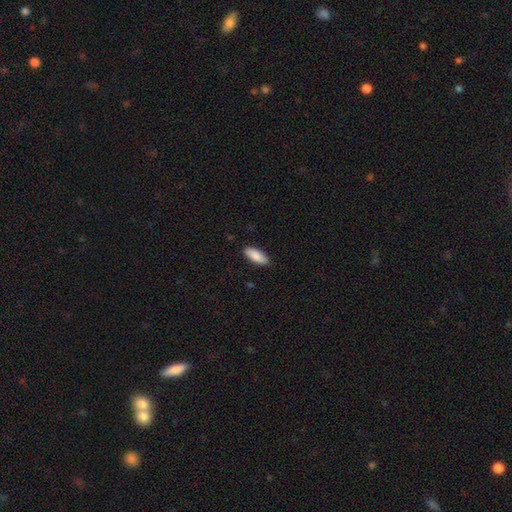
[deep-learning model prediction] Smooth or featured? smooth (89%)
How rounded? in between (77%)
Merging? none (88%)